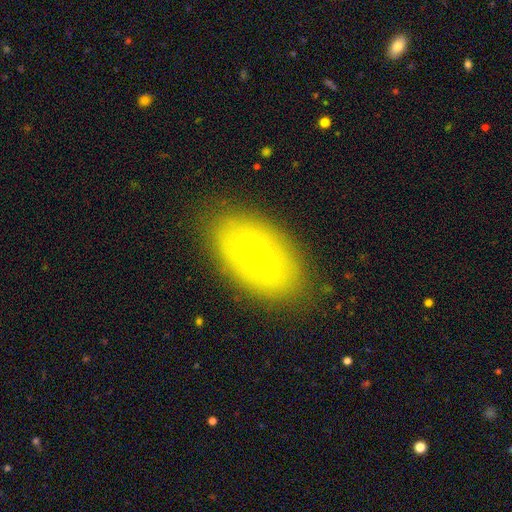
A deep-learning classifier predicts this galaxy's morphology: This is likely a featured or disk galaxy (71%). It is clearly not viewed edge-on (93%). Bar: marginally weak (42%). Spiral arm pattern: likely yes (69%). Central bulge: clearly small (82%). Merging: clearly none (84%).